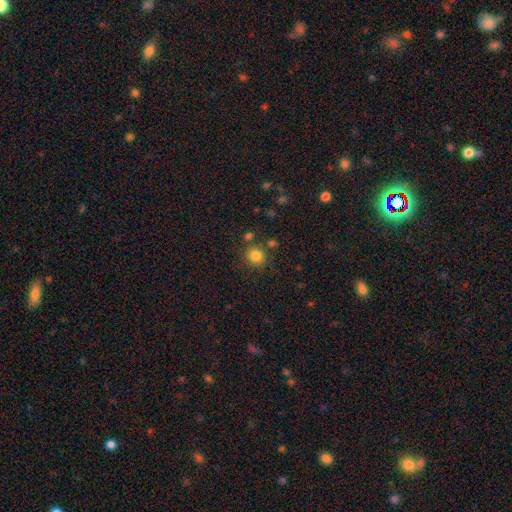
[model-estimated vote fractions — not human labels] A smooth galaxy with no disk features (83%) that is round (90%). Merging: none (81%).